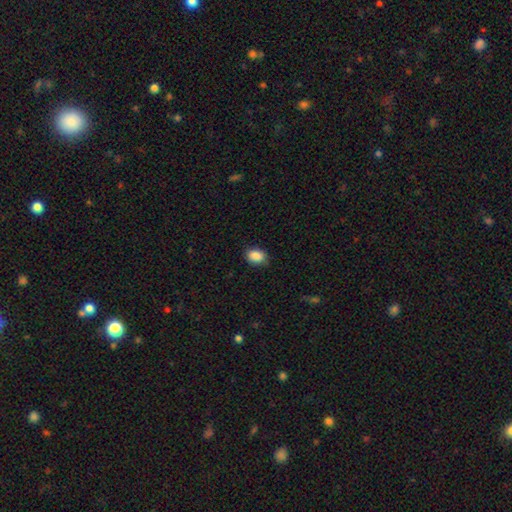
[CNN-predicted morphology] smooth-or-featured: smooth: 88% | star or artifact: 8% | featured or disk: 4%
  how-rounded: in between: 74% | round: 25% | cigar-shaped: 1%
  merging: none: 86% | minor disturbance: 11% | major disturbance: 2% | merger: 1%